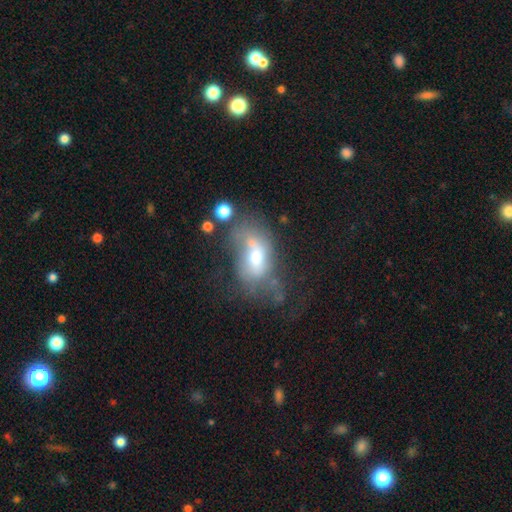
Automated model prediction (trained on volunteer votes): smooth-or-featured: smooth: 44% (tied) | featured or disk: 44% (tied) | star or artifact: 12%
  merging: major disturbance: 31% | none: 26% | merger: 23% | minor disturbance: 21%